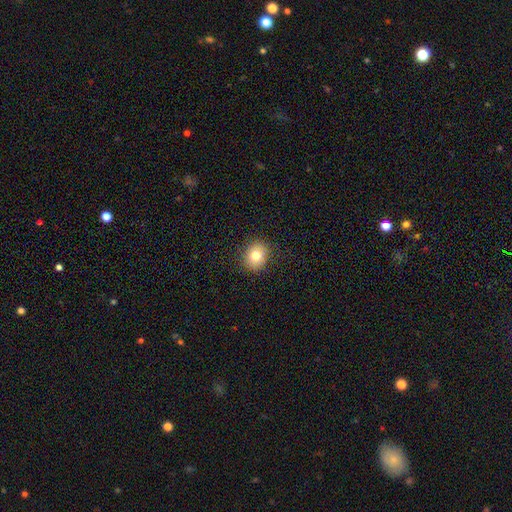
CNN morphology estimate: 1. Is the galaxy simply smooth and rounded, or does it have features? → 78% smooth, 11% star or artifact, 11% featured or disk.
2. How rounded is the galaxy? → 73% round, 26% in between, 1% cigar-shaped.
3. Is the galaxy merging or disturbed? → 88% none, 8% minor disturbance, 3% major disturbance, 1% merger.